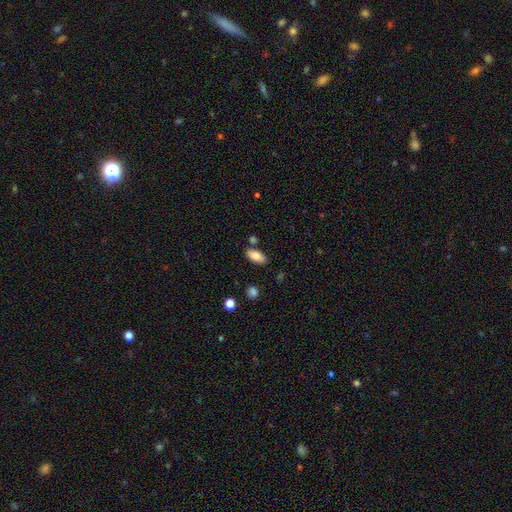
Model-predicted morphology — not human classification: smooth-or-featured: smooth: 83% | featured or disk: 9% | star or artifact: 7%
  how-rounded: in between: 90% | cigar-shaped: 8% | round: 3%
  merging: none: 80% | minor disturbance: 11% | merger: 6% | major disturbance: 3%